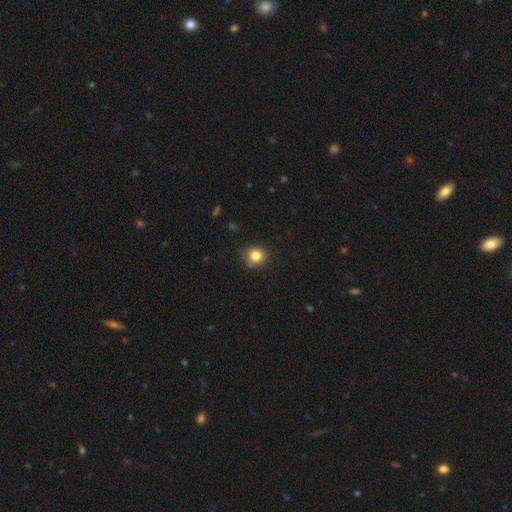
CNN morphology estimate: Smooth or featured? Predicted: smooth (p=0.82). How rounded? Predicted: round (p=0.86). Merging? Predicted: none (p=0.82).